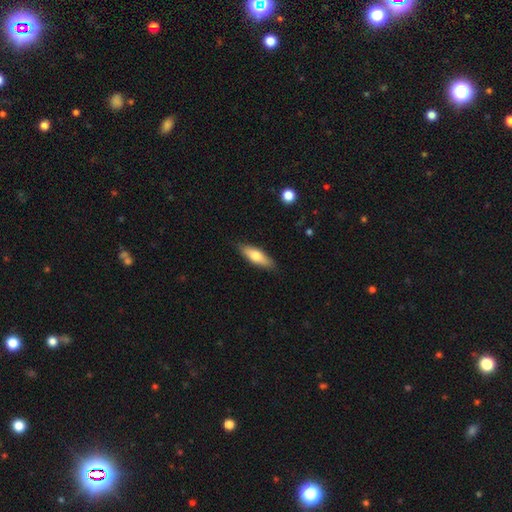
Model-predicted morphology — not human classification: smooth-or-featured: smooth: 67% | featured or disk: 28% | star or artifact: 6%
  how-rounded: in between: 50% | cigar-shaped: 48% | round: 2%
  merging: none: 86% | minor disturbance: 11% | major disturbance: 2% | merger: 1%